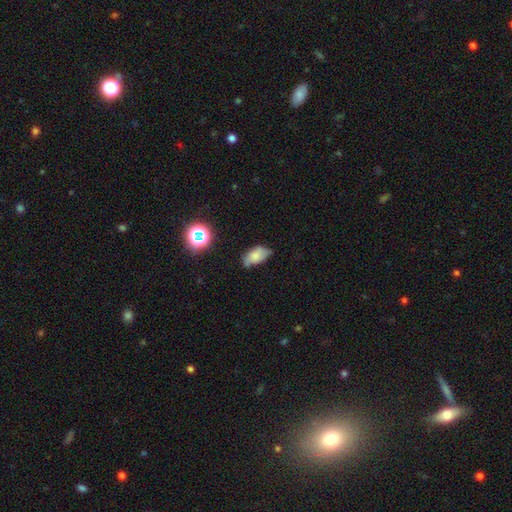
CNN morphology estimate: The model was most divided on "merging": none: 52%, minor disturbance: 37%, major disturbance: 8%, merger: 2%. More confident: how rounded — in between (92%); smooth or featured — smooth (69%).